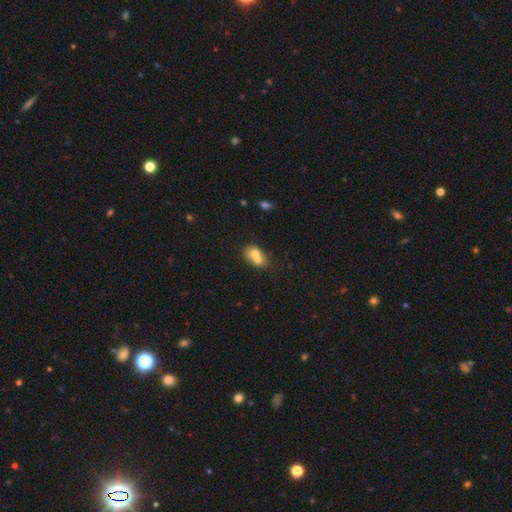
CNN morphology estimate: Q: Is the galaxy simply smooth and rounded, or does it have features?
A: smooth — 66%.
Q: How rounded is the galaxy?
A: in between — 51%.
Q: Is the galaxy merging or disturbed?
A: merger — 70%.